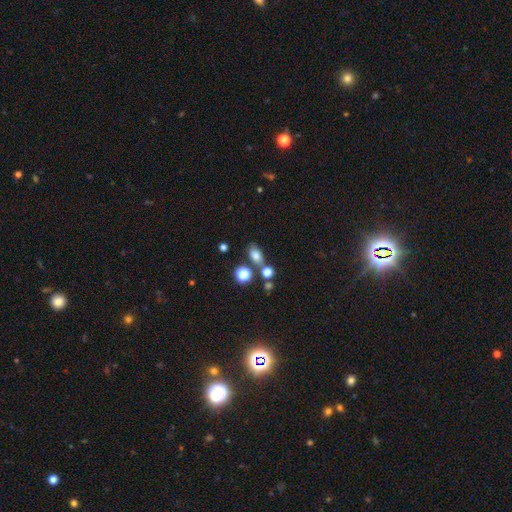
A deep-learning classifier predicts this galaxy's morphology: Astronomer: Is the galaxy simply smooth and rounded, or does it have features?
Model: smooth — 76%.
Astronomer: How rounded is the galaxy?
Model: in between — 75%.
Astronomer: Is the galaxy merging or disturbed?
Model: none — 63%.